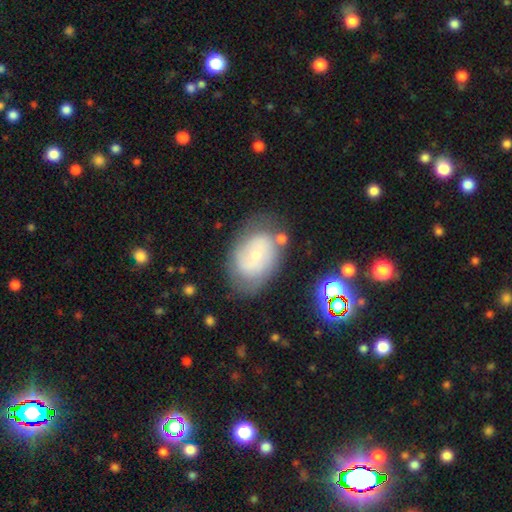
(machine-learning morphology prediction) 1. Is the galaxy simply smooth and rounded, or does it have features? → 55% featured or disk, 35% smooth, 10% star or artifact.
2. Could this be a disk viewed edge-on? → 95% no, 5% yes.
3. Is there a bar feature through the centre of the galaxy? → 69% no, 26% weak, 6% strong.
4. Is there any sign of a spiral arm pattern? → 71% yes, 29% no.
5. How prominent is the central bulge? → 71% small, 24% moderate, 2% none, 2% large, 1% dominant.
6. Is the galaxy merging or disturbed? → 65% none, 22% minor disturbance, 9% major disturbance, 4% merger.